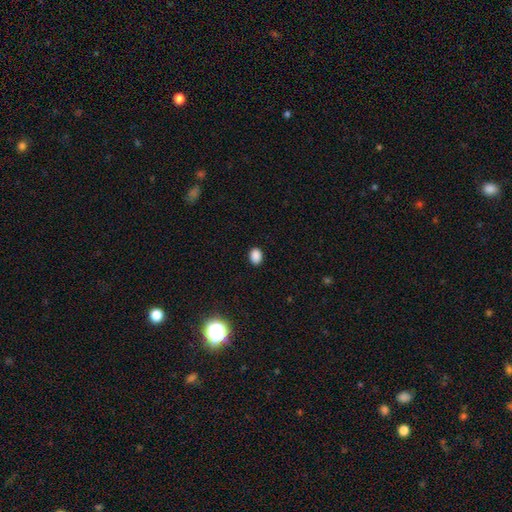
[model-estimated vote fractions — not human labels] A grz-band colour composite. It shows a smooth galaxy with no disk features (87%) that is in between round and cigar-shaped (63%). Merging: none (89%).